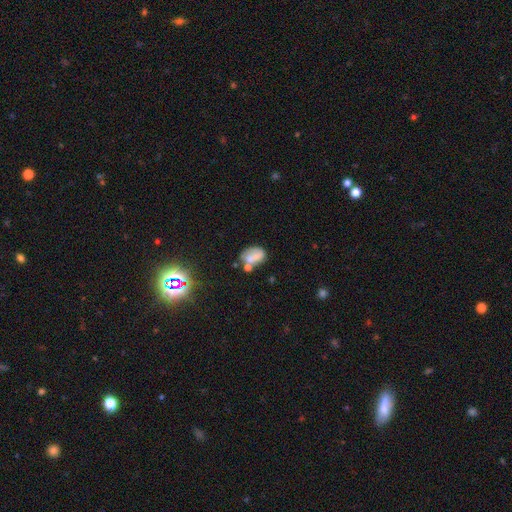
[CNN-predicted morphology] A smooth galaxy with no disk features (62%) that is in between round and cigar-shaped (83%). Merging: none (39%).